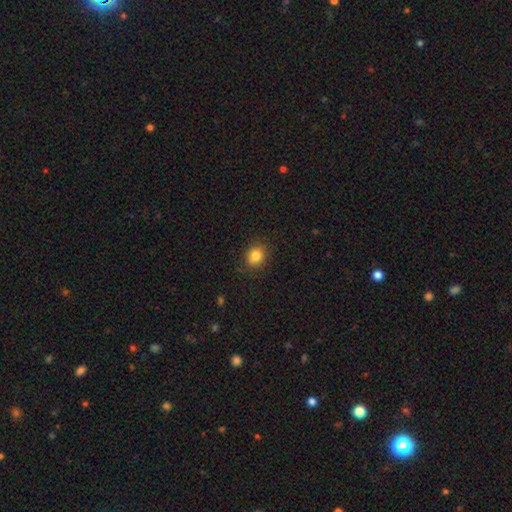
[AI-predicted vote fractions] Smooth or featured?
  - smooth: 82% *
  - star or artifact: 11%
  - featured or disk: 7%
How rounded?
  - round: 65% *
  - in between: 34%
  - cigar-shaped: 1%
Merging?
  - none: 86% *
  - minor disturbance: 10%
  - major disturbance: 3%
  - merger: 1%